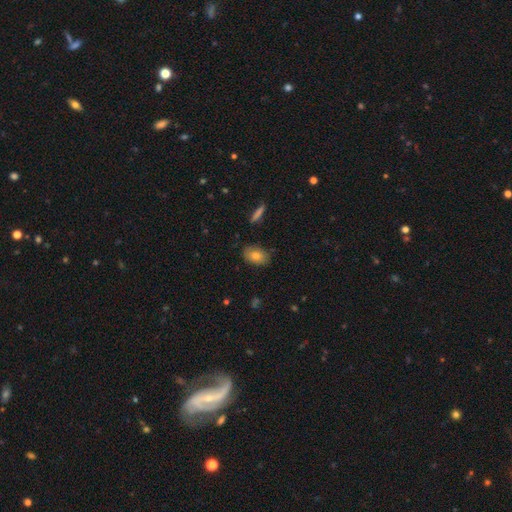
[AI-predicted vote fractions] Smooth or featured? Predicted: smooth (p=0.79). How rounded? Predicted: in between (p=0.86). Merging? Predicted: none (p=0.83).